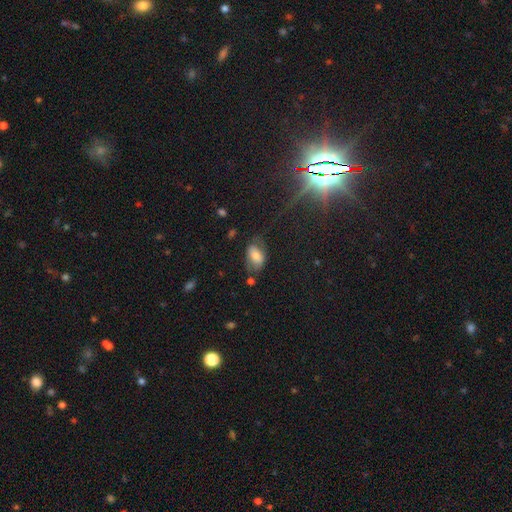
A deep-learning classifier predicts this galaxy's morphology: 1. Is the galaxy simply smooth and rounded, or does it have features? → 63% smooth, 25% featured or disk, 11% star or artifact.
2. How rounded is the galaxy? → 90% in between, 8% round, 2% cigar-shaped.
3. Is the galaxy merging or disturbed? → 56% none, 27% minor disturbance, 13% major disturbance, 4% merger.